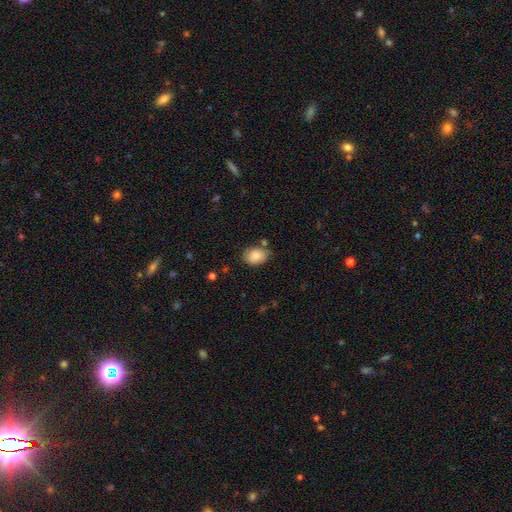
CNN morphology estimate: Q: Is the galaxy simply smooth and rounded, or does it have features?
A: smooth — 86%.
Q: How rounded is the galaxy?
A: in between — 78%.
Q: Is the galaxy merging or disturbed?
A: none — 72%.